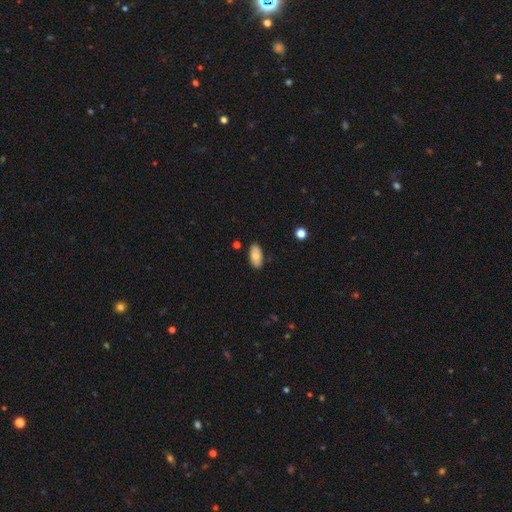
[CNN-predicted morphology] A smooth galaxy with no disk features (84%) that is in between round and cigar-shaped (93%).

Vote fractions:
- Smooth or featured? smooth: 84% / featured or disk: 9% / star or artifact: 7%
- How rounded? in between: 93% / cigar-shaped: 4% / round: 3%
- Merging? none: 84% / minor disturbance: 12% / major disturbance: 2% / merger: 2%